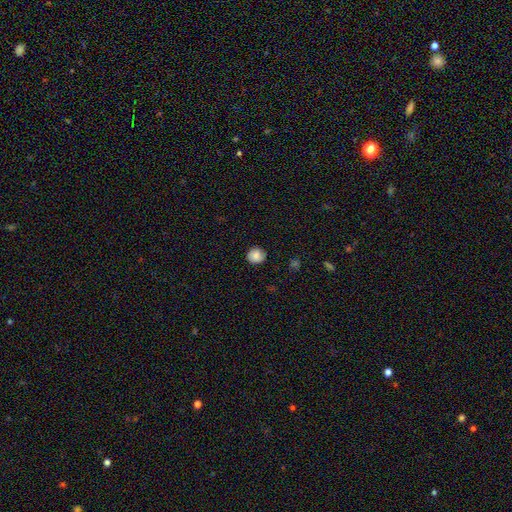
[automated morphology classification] This appears to be a smooth galaxy with no disk features (80%) that is round (86%). Merging: none (83%).